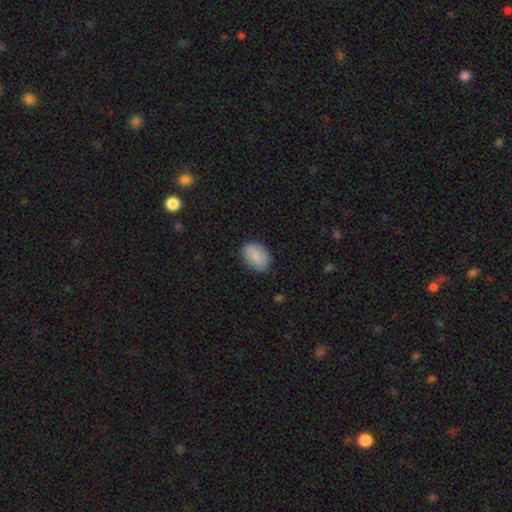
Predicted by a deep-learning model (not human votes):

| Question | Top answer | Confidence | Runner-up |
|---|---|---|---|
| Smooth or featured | smooth | 83% | featured or disk (10%) |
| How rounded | in between | 83% | round (16%) |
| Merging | none | 83% | minor disturbance (14%) |